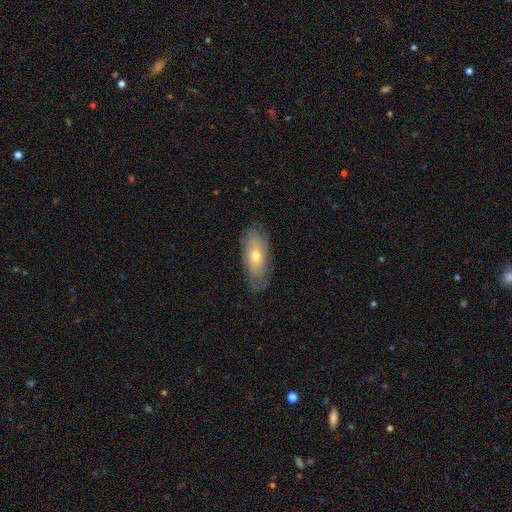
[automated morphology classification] The model was most divided on "smooth or featured": featured or disk: 47%, smooth: 46%, star or artifact: 7%. More confident: merging — none (75%).